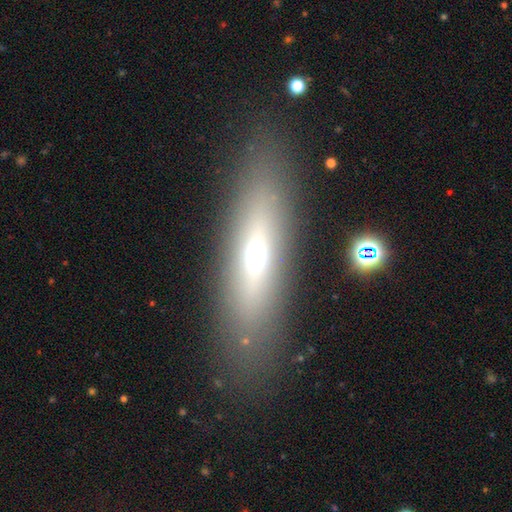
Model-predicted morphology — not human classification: Q: Smooth or featured?
A: smooth (47%); runner-up: featured or disk (43%)
Q: Merging?
A: none (85%); runner-up: minor disturbance (9%)